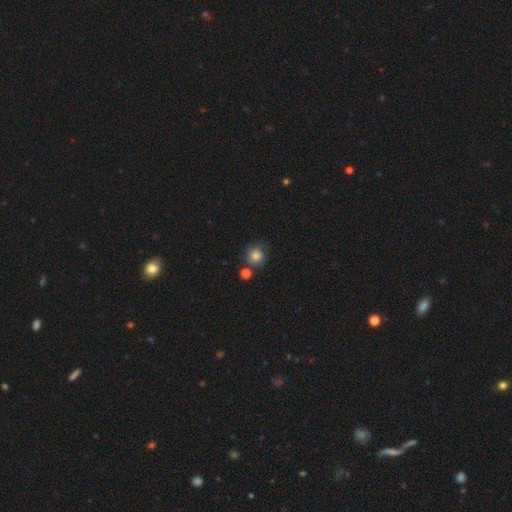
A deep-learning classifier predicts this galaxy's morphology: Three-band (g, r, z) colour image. It shows a smooth galaxy with no disk features (80%) that is round (87%). Merging: none (71%).